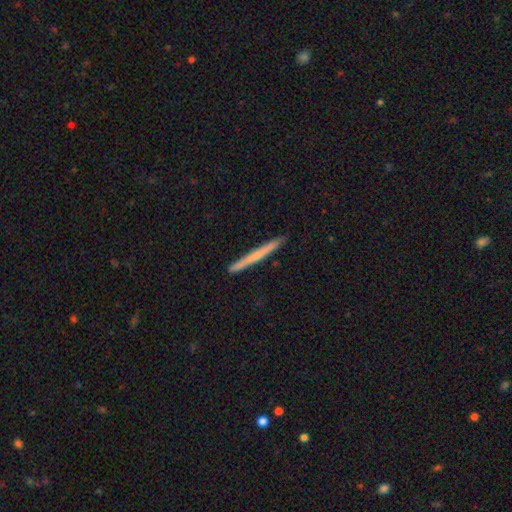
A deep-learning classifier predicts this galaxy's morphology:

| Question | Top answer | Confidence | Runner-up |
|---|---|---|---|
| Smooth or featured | smooth | 55% | featured or disk (40%) |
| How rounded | cigar-shaped | 97% | in between (2%) |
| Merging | none | 92% | minor disturbance (6%) |